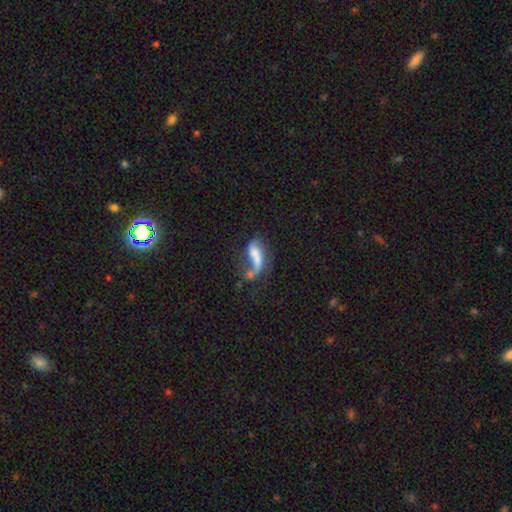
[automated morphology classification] A featured or disk galaxy (45%, tied with smooth). Merging: merger (37%).